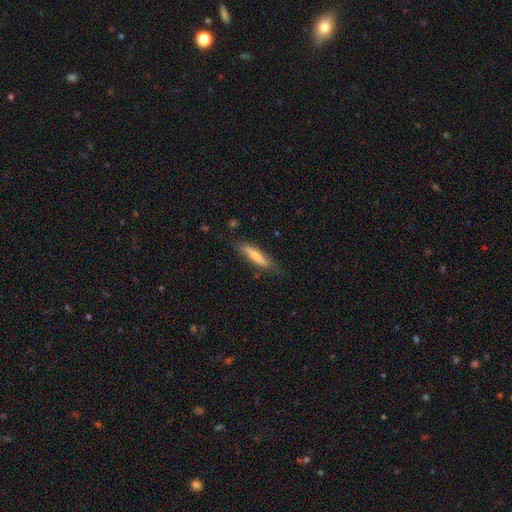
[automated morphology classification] Smooth or featured? Predicted: smooth (p=0.49). Merging? Predicted: none (p=0.77).